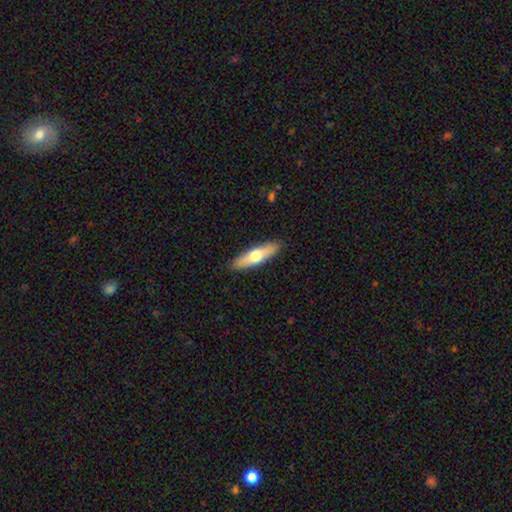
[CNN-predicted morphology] This appears to be a smooth galaxy with no disk features (56%) that is cigar-shaped (68%). Merging: none (90%).